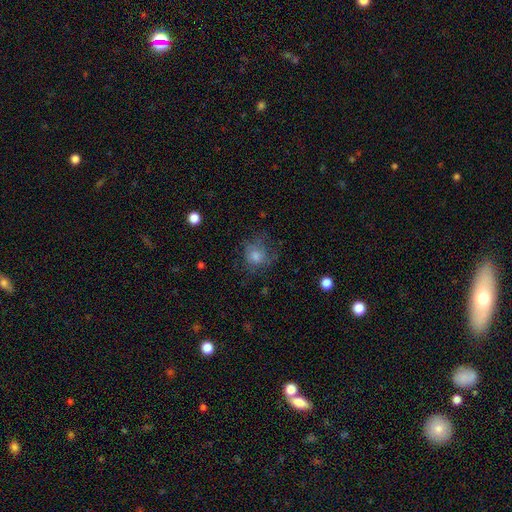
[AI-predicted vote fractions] smooth 65%, featured or disk 22%, star or artifact 14%. Down the decision tree: how rounded — round (79%); merging — none (60%).